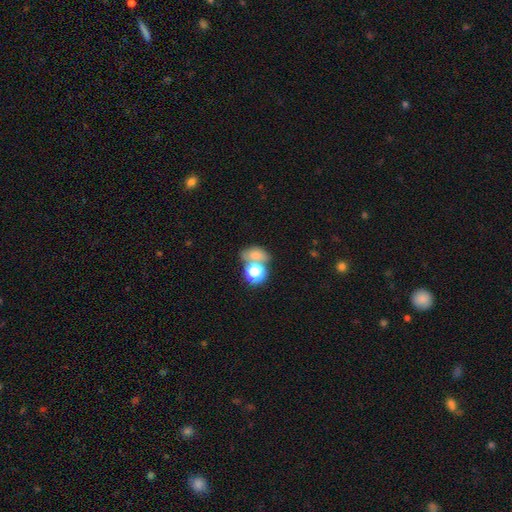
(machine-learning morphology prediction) Smooth or featured: smooth — 66% (star or artifact — 22%)
How rounded: in between — 58% (round — 40%)
Merging: none — 40% (merger — 39%)